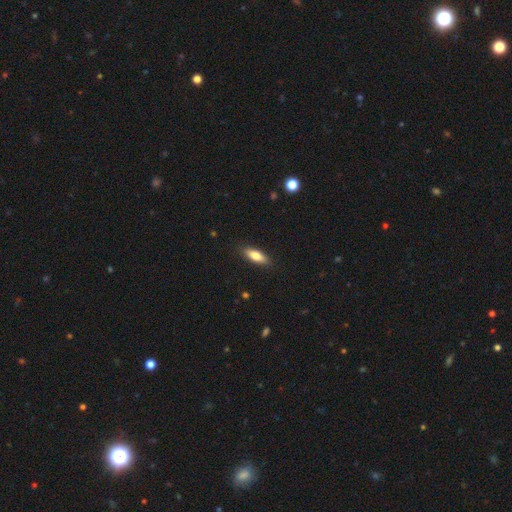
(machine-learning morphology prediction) type=smooth (77%); roundness=in between (63%); merging=none (88%).